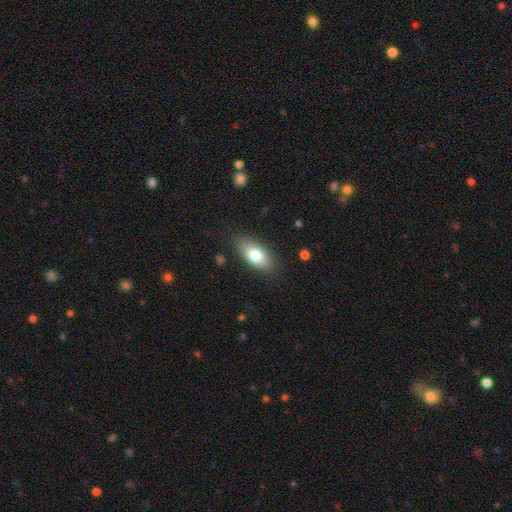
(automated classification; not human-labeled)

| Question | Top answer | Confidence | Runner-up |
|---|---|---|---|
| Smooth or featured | smooth | 76% | featured or disk (17%) |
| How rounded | in between | 88% | cigar-shaped (8%) |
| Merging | none | 82% | minor disturbance (14%) |